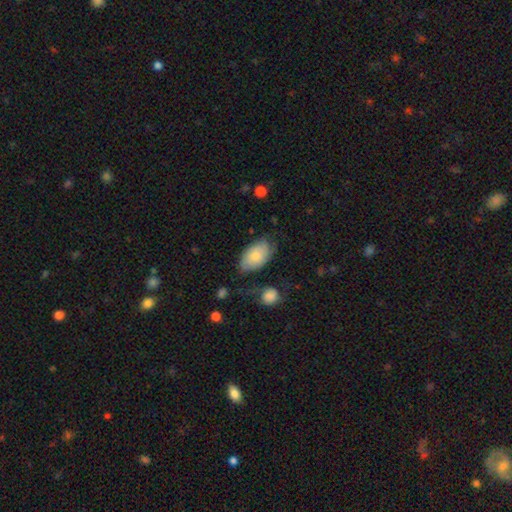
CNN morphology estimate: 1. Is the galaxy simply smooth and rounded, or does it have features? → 70% smooth, 23% featured or disk, 6% star or artifact.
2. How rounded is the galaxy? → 92% in between, 6% round, 2% cigar-shaped.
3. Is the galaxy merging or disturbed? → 58% none, 27% minor disturbance, 10% major disturbance, 5% merger.